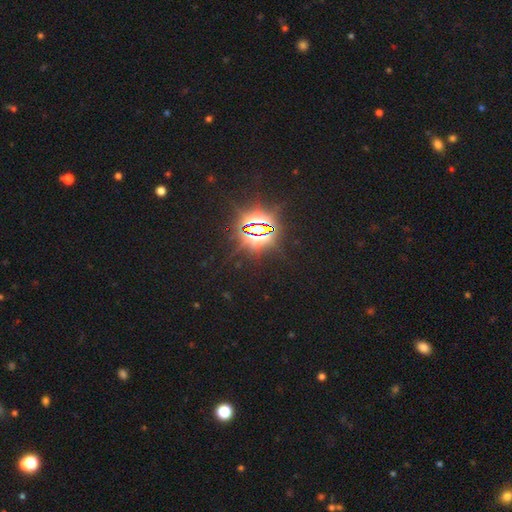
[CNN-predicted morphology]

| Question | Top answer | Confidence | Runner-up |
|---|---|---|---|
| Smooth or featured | star or artifact | 87% | smooth (8%) |